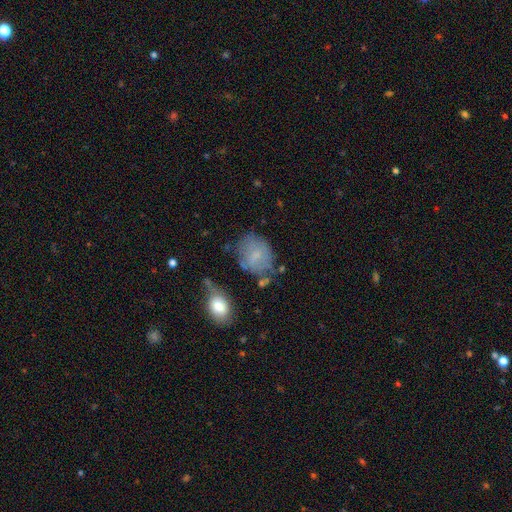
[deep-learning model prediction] This is likely a smooth galaxy (62%). How rounded: possibly in between (55%). Merging: possibly none (53%).